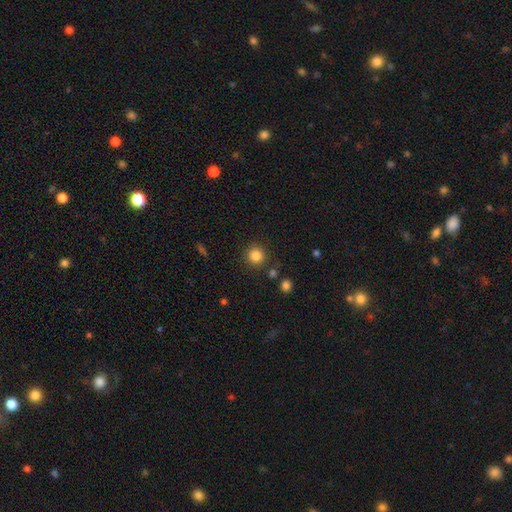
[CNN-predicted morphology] This appears to be a smooth galaxy with no disk features (84%) that is round (93%). Merging: none (86%).